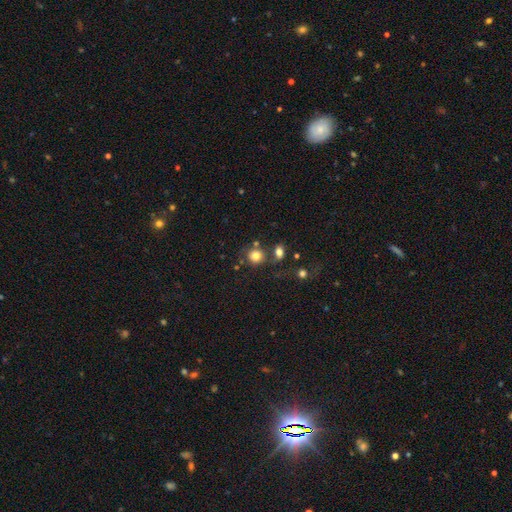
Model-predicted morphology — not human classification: A smooth galaxy with no disk features (81%) that is round (84%). Merging: none (65%).